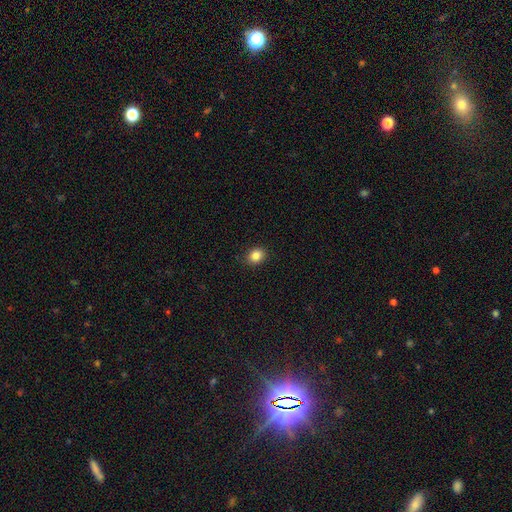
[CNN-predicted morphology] type=smooth (85%); roundness=round (59%); merging=none (88%).